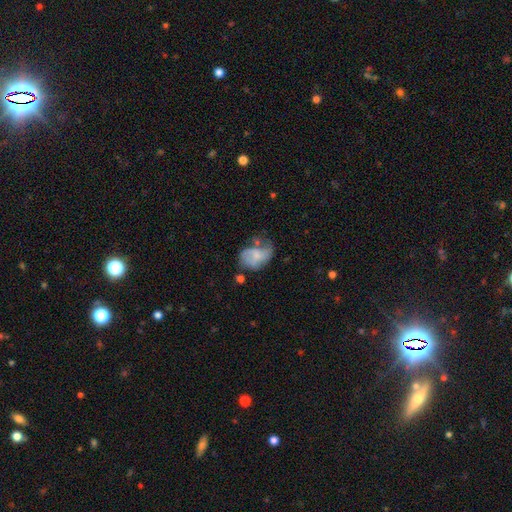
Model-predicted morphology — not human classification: Smooth or featured?
  - smooth: 51% *
  - featured or disk: 40%
  - star or artifact: 9%
How rounded?
  - in between: 72% *
  - round: 27%
  - cigar-shaped: 1%
Merging?
  - minor disturbance: 31% *
  - major disturbance: 30%
  - none: 29%
  - merger: 10%